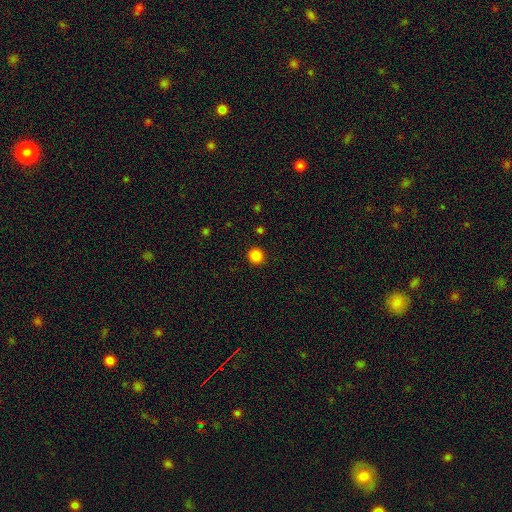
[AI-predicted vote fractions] This appears to be a smooth galaxy with no disk features (86%) that is round (94%). Merging: none (92%).